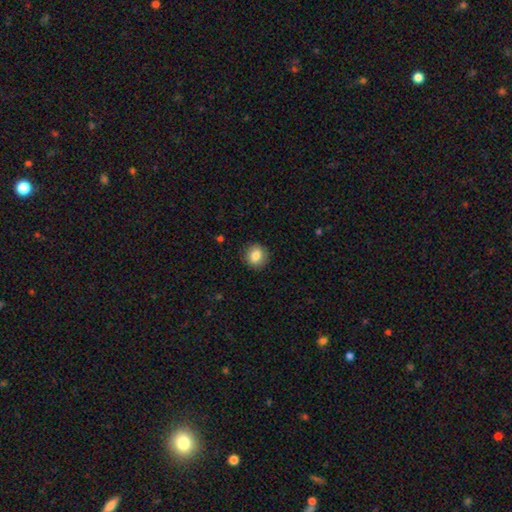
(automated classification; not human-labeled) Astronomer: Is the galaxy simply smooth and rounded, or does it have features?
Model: smooth — 84%.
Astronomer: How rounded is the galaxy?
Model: round — 85%.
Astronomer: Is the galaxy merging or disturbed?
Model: none — 90%.